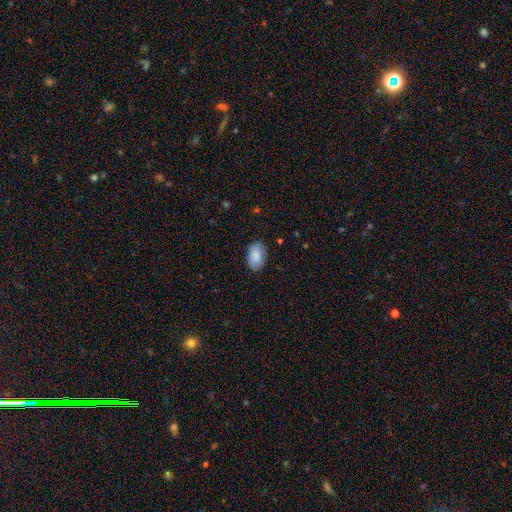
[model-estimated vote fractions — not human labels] A smooth galaxy with no disk features (87%) that is in between round and cigar-shaped (93%). Merging: none (84%).